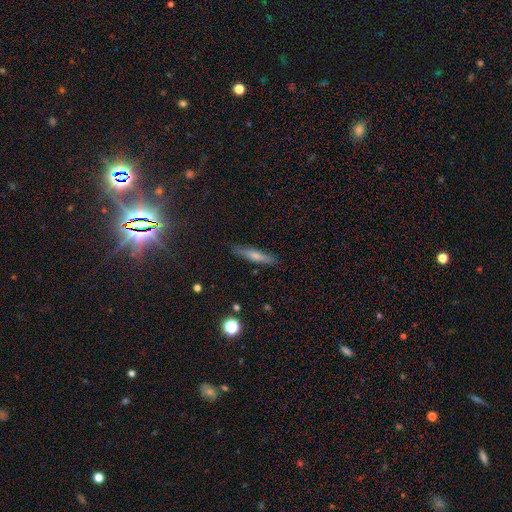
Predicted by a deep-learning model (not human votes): A smooth galaxy with no disk features (62%) that is cigar-shaped (88%).

Vote fractions:
- Smooth or featured? smooth: 62% / featured or disk: 30% / star or artifact: 8%
- How rounded? cigar-shaped: 88% / in between: 10% / round: 2%
- Merging? none: 87% / minor disturbance: 9% / major disturbance: 2% / merger: 1%